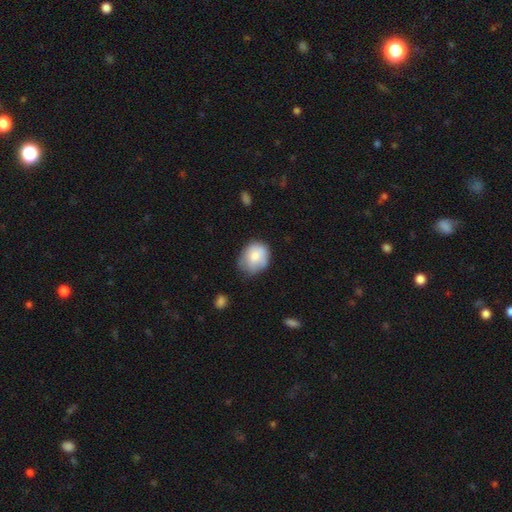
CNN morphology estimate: A smooth galaxy with no disk features (77%) that is round (52%).

Vote fractions:
- Smooth or featured? smooth: 77% / featured or disk: 16% / star or artifact: 7%
- How rounded? round: 52% / in between: 47% / cigar-shaped: 1%
- Merging? none: 54% / minor disturbance: 34% / major disturbance: 10% / merger: 2%